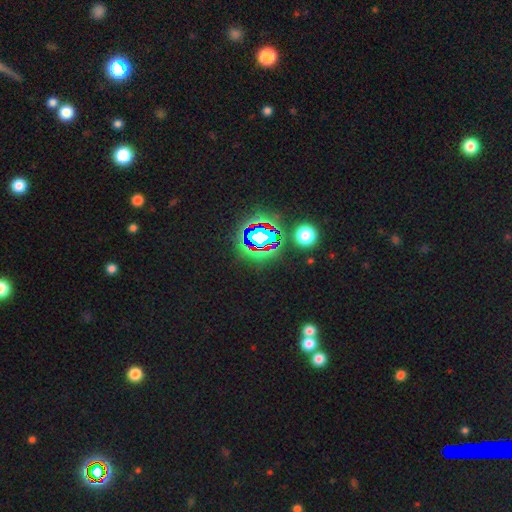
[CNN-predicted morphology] Smooth or featured? star or artifact (80%)